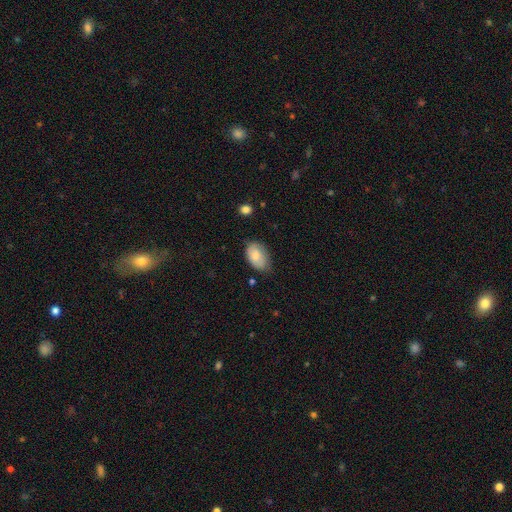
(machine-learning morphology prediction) type=smooth (76%); roundness=in between (92%); merging=none (61%).